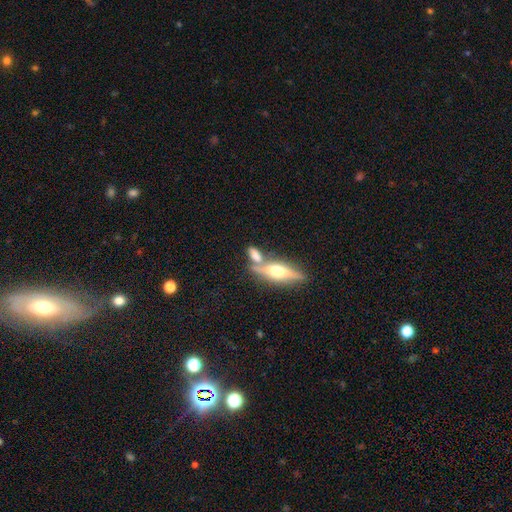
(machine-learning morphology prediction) The model was most divided on "smooth or featured": smooth: 50%, featured or disk: 41%, star or artifact: 8%. Remaining: how rounded — in between (57%); merging — none (50%).